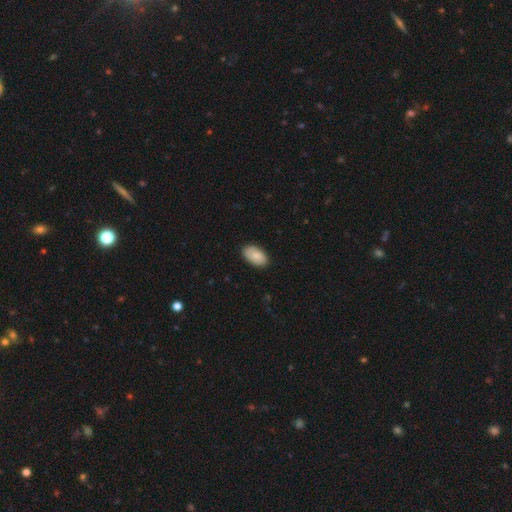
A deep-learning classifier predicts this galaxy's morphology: Overall: smooth (86%). How rounded: in between (95%). Merging: none (87%).